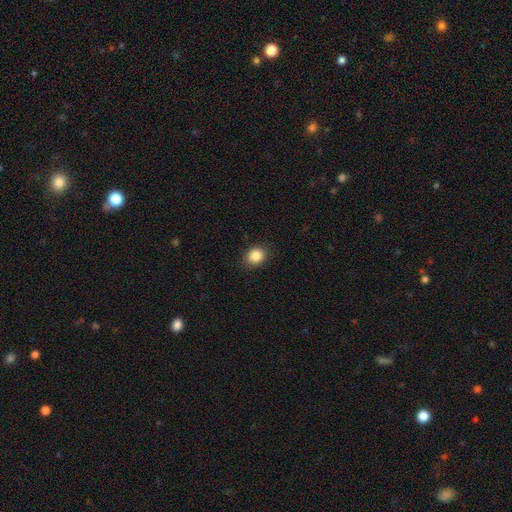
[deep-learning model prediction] The model was most divided on "how rounded": round: 69%, in between: 30%, cigar-shaped: 1%. More confident: smooth or featured — smooth (87%); merging — none (86%).